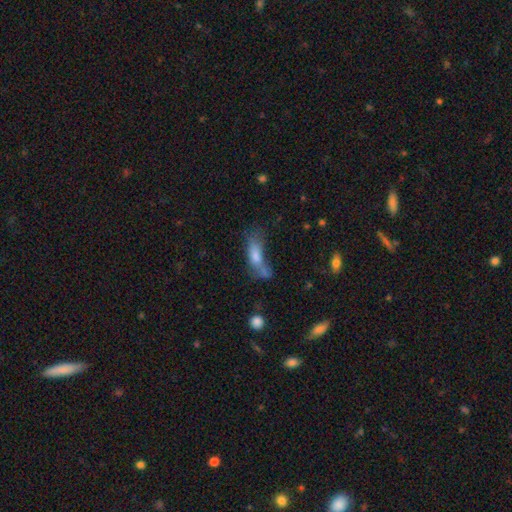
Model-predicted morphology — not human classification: Q: Smooth or featured?
A: smooth (62%); runner-up: featured or disk (25%)
Q: How rounded?
A: in between (54%); runner-up: cigar-shaped (42%)
Q: Merging?
A: none (28%); runner-up: merger (27%)